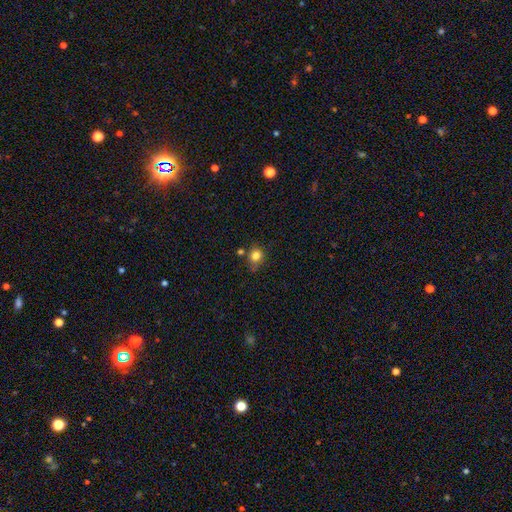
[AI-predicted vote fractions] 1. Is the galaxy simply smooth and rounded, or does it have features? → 80% smooth, 12% star or artifact, 8% featured or disk.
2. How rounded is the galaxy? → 77% round, 22% in between, 1% cigar-shaped.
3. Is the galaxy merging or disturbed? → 60% none, 24% minor disturbance, 9% merger, 7% major disturbance.